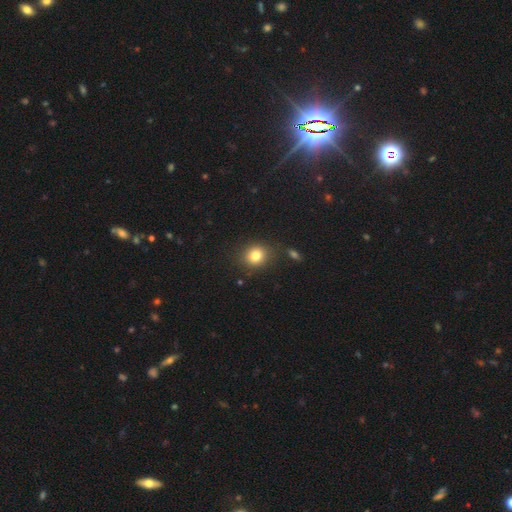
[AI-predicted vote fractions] Overall: smooth (82%). How rounded: round (71%). Merging: none (83%).